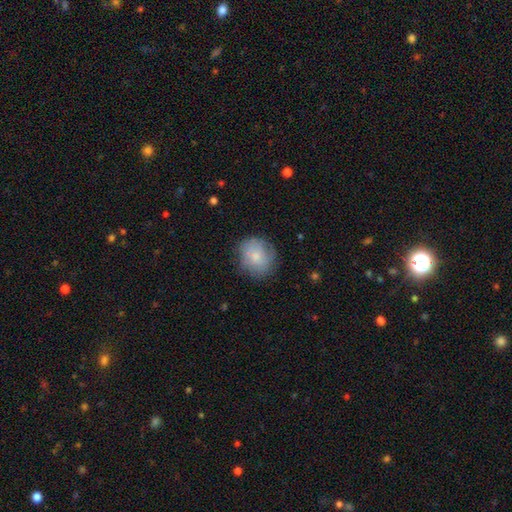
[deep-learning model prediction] smooth_or_featured: smooth (p=0.74) [alt: featured or disk p=0.19]
how_rounded: round (p=0.75) [alt: in between p=0.24]
merging: none (p=0.70) [alt: minor disturbance p=0.21]